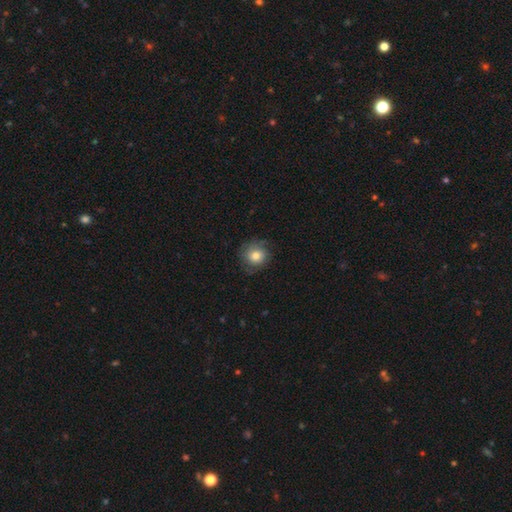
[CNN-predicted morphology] smooth_or_featured: smooth (p=0.68) [alt: featured or disk p=0.24]
how_rounded: round (p=0.89) [alt: in between p=0.10]
merging: none (p=0.73) [alt: minor disturbance p=0.18]